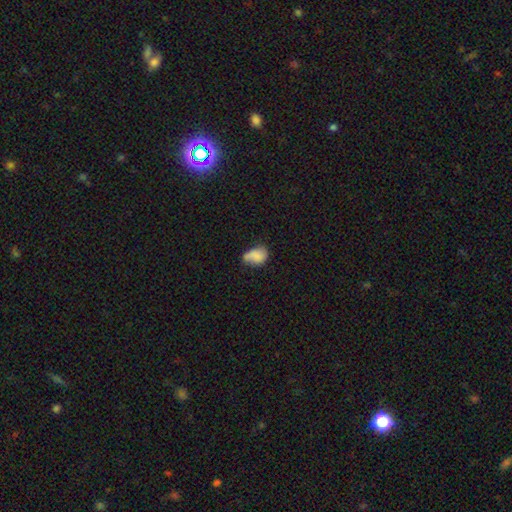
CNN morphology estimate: type=smooth (76%); roundness=in between (79%); merging=minor disturbance (40%).